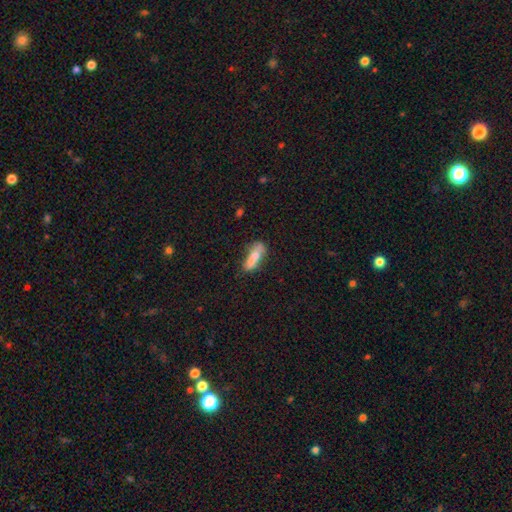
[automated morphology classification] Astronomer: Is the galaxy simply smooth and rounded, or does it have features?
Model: smooth — 67%.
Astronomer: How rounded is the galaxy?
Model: cigar-shaped — 50% (runner-up: in between, 47%).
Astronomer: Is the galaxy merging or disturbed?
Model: none — 49% (runner-up: minor disturbance, 26%).